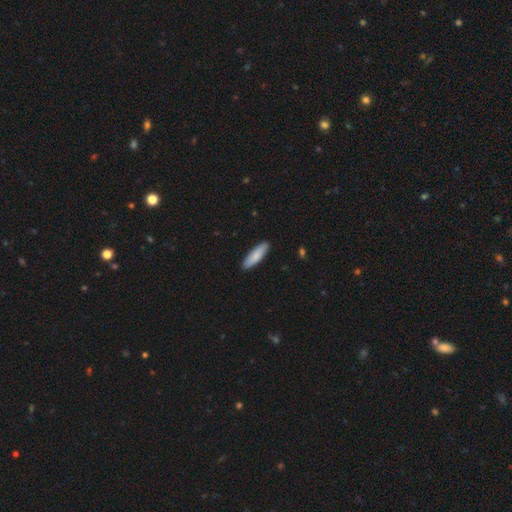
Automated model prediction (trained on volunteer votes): A smooth galaxy with no disk features (84%) that is cigar-shaped (64%). Merging: none (91%).